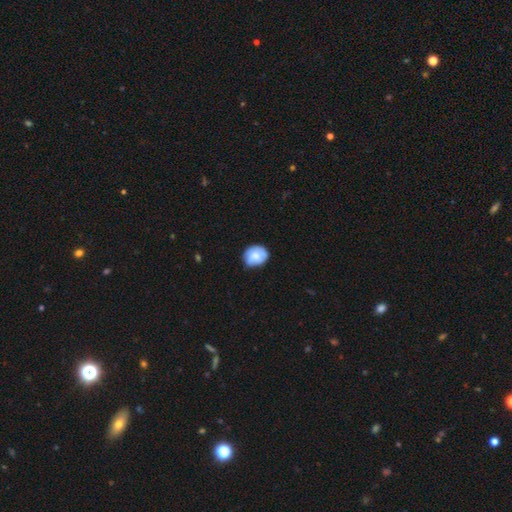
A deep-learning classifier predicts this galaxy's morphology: smooth-or-featured: smooth: 67% | featured or disk: 27% | star or artifact: 7%
  how-rounded: round: 63% | in between: 36% | cigar-shaped: 1%
  merging: none: 67% | minor disturbance: 26% | major disturbance: 5% | merger: 1%